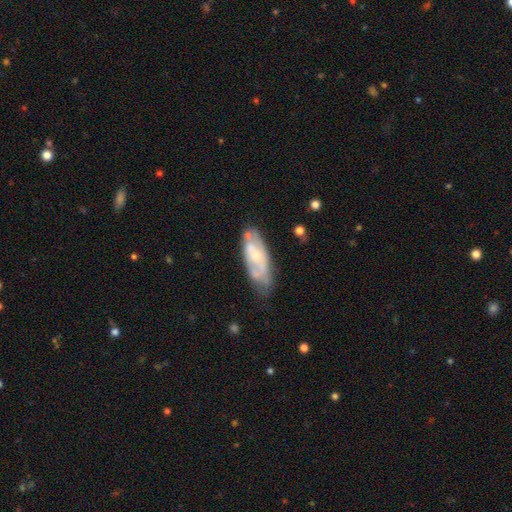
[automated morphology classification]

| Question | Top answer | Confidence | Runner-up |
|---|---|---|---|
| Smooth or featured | featured or disk | 59% | smooth (35%) |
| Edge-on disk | no | 86% | yes (14%) |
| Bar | no | 73% | weak (22%) |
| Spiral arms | yes | 51% | no (49%) |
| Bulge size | small | 55% | moderate (37%) |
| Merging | none | 56% | minor disturbance (28%) |